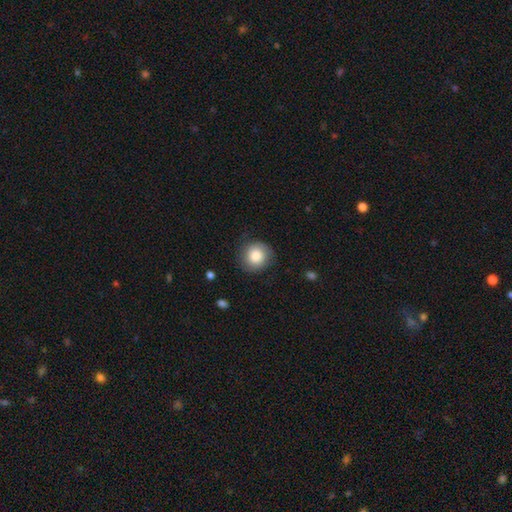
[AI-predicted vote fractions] Morphology: type=smooth (82%); roundness=round (87%); merging=none (81%).